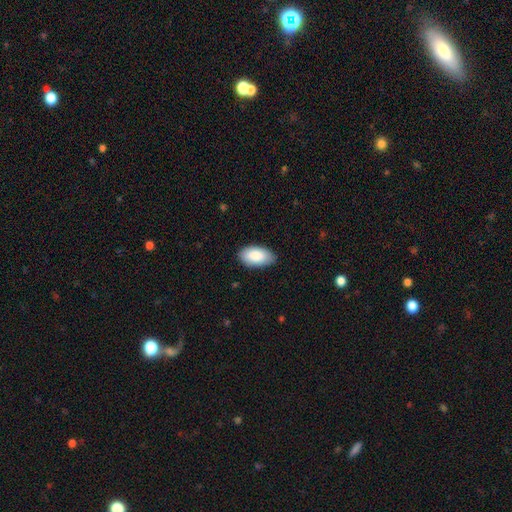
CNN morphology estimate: Smooth or featured? smooth (88%)
How rounded? in between (96%)
Merging? none (83%)